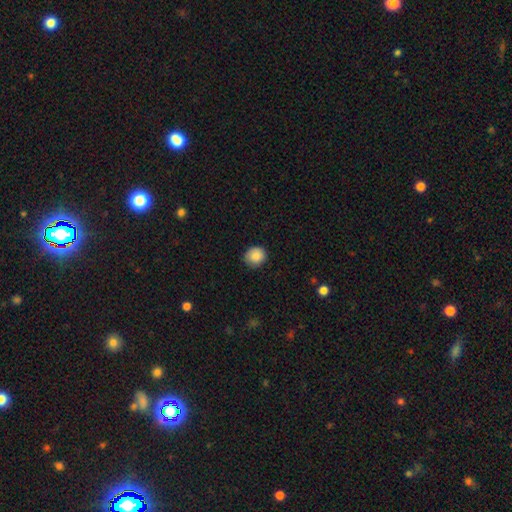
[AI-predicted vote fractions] Smooth or featured? smooth (87%)
How rounded? round (82%)
Merging? none (82%)